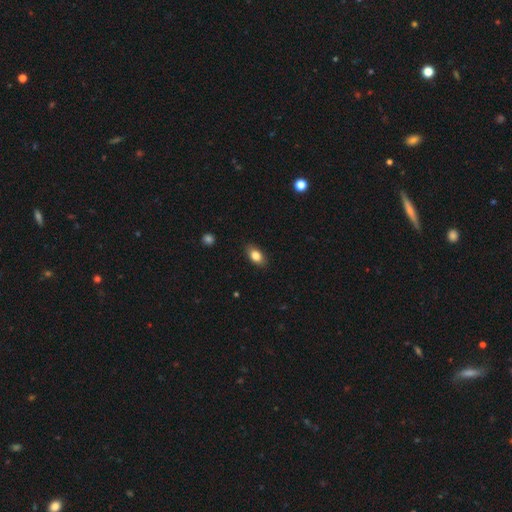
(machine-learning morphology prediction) A smooth galaxy with no disk features (83%) that is in between round and cigar-shaped (87%).

Vote fractions:
- Smooth or featured? smooth: 83% / featured or disk: 9% / star or artifact: 8%
- How rounded? in between: 87% / round: 9% / cigar-shaped: 4%
- Merging? none: 85% / minor disturbance: 11% / major disturbance: 2% / merger: 1%